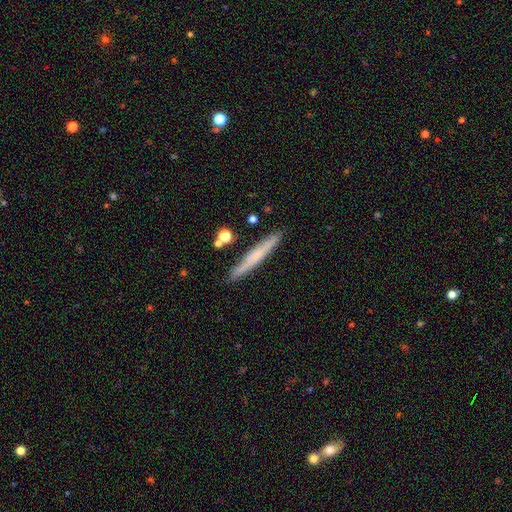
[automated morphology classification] Q: Smooth or featured?
A: smooth (52%); runner-up: featured or disk (41%)
Q: How rounded?
A: cigar-shaped (96%); runner-up: in between (3%)
Q: Merging?
A: none (88%); runner-up: minor disturbance (8%)